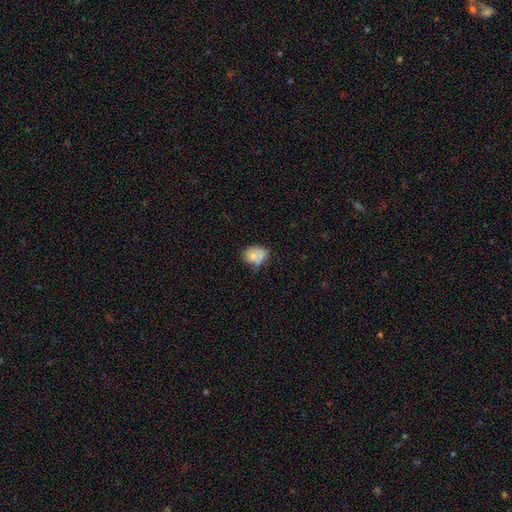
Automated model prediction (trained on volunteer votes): Smooth or featured?
  - smooth: 71% *
  - featured or disk: 20%
  - star or artifact: 9%
How rounded?
  - in between: 50% *
  - round: 49%
  - cigar-shaped: 1%
Merging?
  - none: 45% *
  - minor disturbance: 26%
  - merger: 21%
  - major disturbance: 8%